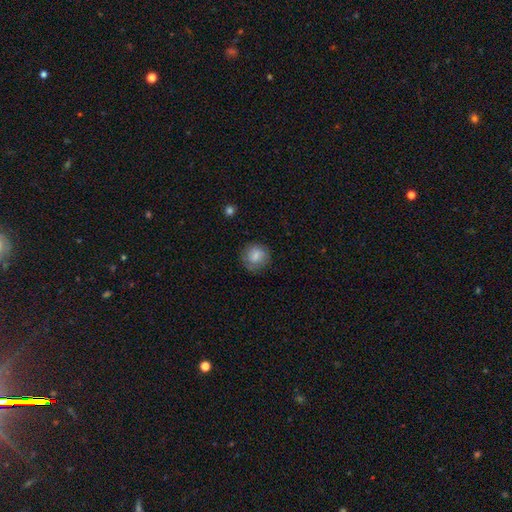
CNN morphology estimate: Smooth or featured? Predicted: smooth (p=0.77). How rounded? Predicted: round (p=0.88). Merging? Predicted: none (p=0.76).